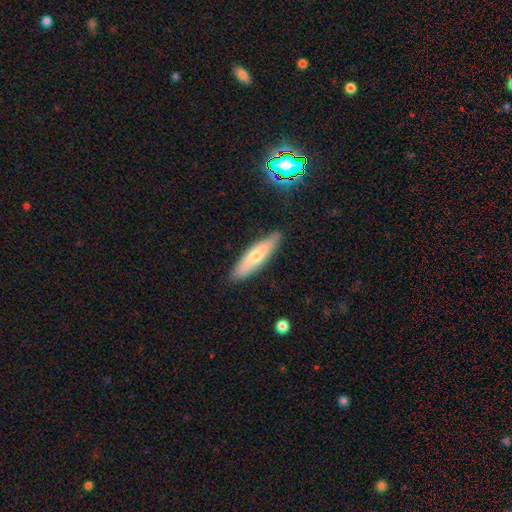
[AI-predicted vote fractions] smooth_or_featured: smooth (p=0.60) [alt: featured or disk p=0.33]
how_rounded: cigar-shaped (p=0.74) [alt: in between p=0.25]
merging: none (p=0.86) [alt: minor disturbance p=0.11]